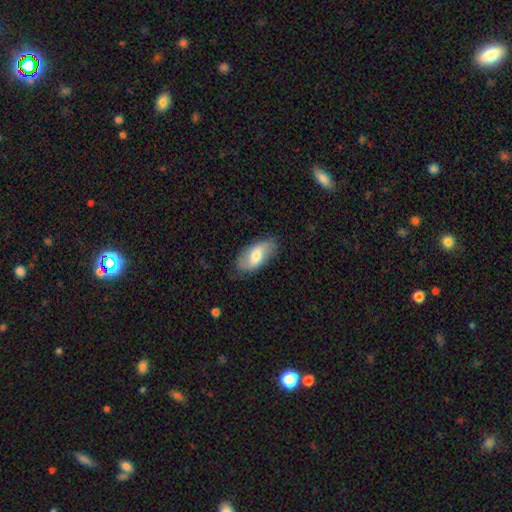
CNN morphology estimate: Smooth or featured? Predicted: smooth (p=0.55). How rounded? Predicted: in between (p=0.91). Merging? Predicted: none (p=0.79).